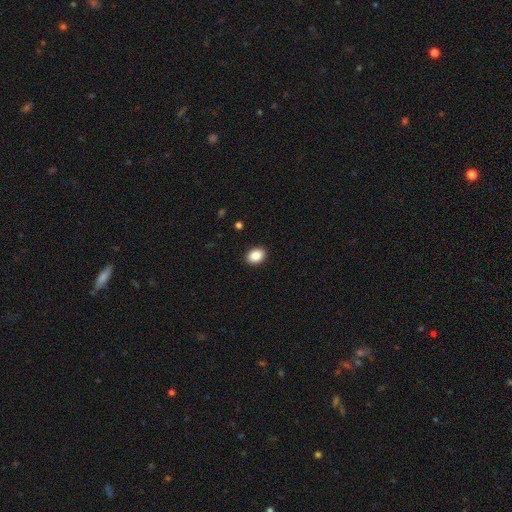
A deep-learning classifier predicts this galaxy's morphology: Smooth or featured: smooth — 88% (star or artifact — 8%)
How rounded: in between — 66% (round — 33%)
Merging: none — 91% (minor disturbance — 6%)